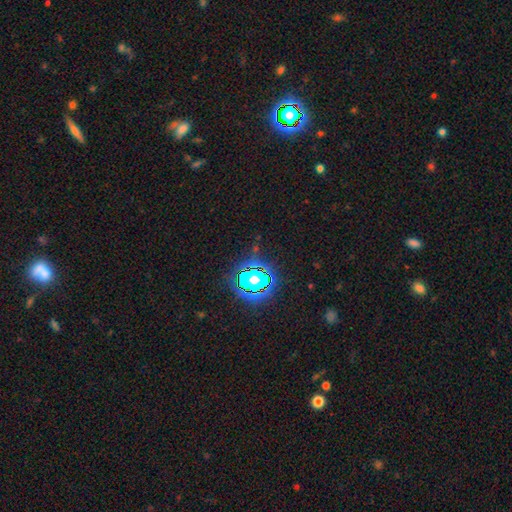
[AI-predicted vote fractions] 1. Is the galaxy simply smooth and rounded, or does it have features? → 82% star or artifact, 11% smooth, 7% featured or disk.